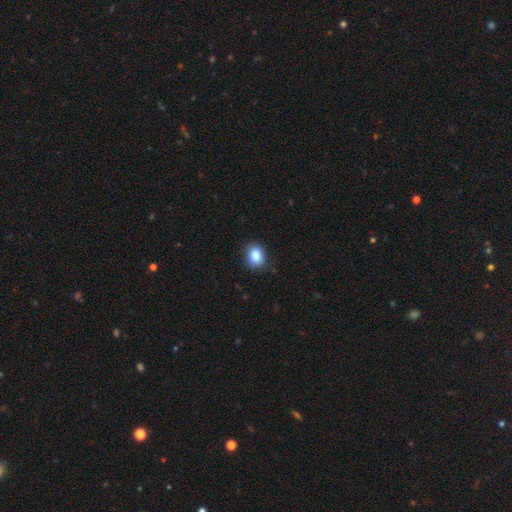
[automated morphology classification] A smooth galaxy with no disk features (86%) that is in between round and cigar-shaped (58%). Merging: none (78%).